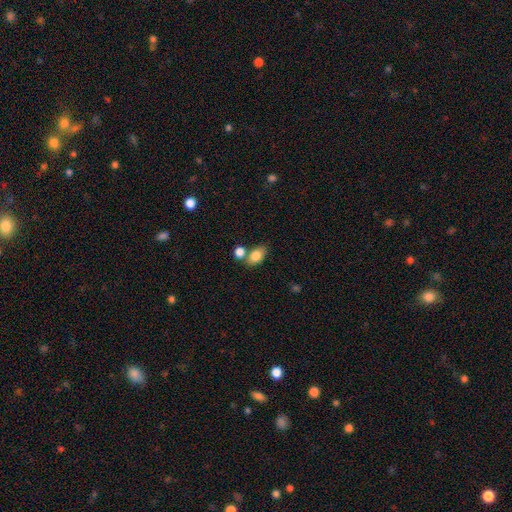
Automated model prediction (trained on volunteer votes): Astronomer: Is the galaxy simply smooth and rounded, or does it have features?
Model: smooth — 82%.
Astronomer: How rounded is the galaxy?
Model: in between — 82%.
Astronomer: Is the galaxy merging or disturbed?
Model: none — 56%.